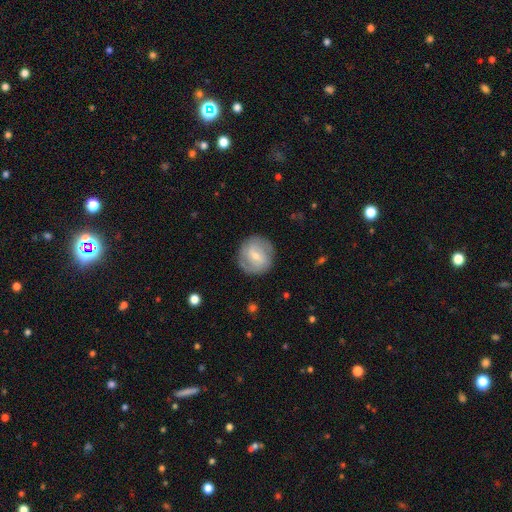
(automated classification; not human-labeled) Smooth or featured?
  - featured or disk: 63% *
  - smooth: 31%
  - star or artifact: 6%
Edge-on disk?
  - no: 97% *
  - yes: 3%
Bar?
  - weak: 52% *
  - no: 33%
  - strong: 16%
Spiral arms?
  - yes: 82% *
  - no: 18%
Spiral winding?
  - tight: 50% *
  - medium: 38%
  - loose: 13%
Spiral arm count?
  - 2: 65% *
  - can't tell: 21%
  - 3: 6%
  - 1: 4%
  - 4: 2%
  - more than 4: 2%
Bulge size?
  - small: 60% *
  - moderate: 36%
  - large: 2%
  - none: 2%
  - dominant: 1%
Merging?
  - none: 83% *
  - minor disturbance: 12%
  - major disturbance: 4%
  - merger: 1%